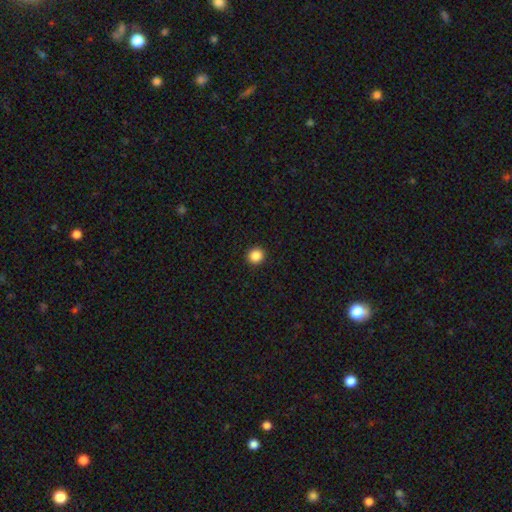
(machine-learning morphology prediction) type=smooth (87%); roundness=round (91%); merging=none (93%).